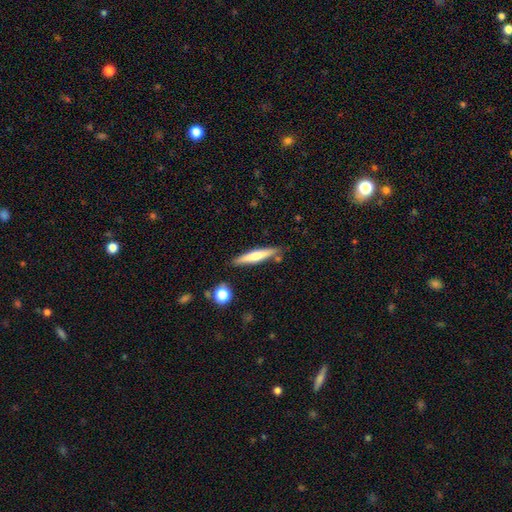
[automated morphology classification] This appears to be a smooth galaxy with no disk features (53%) that is cigar-shaped (91%). Merging: none (83%).